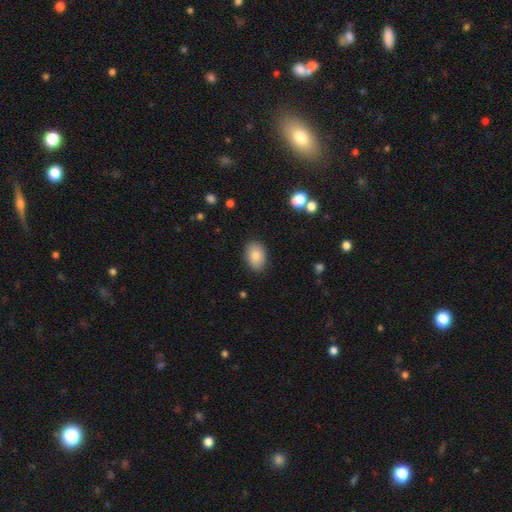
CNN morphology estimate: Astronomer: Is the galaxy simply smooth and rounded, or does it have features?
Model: smooth — 84%.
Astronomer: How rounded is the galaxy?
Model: in between — 82%.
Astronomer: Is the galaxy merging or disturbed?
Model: none — 87%.